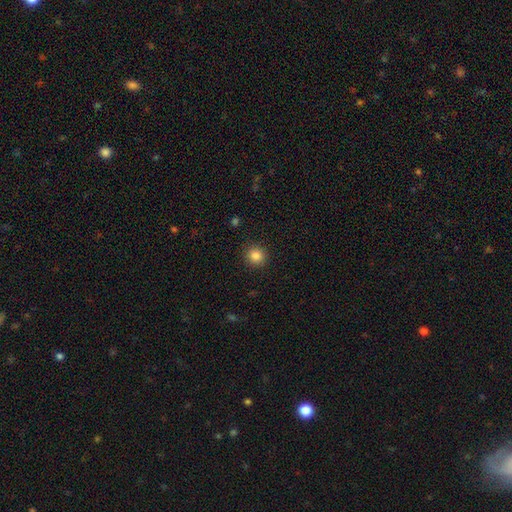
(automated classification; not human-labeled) This appears to be a smooth galaxy with no disk features (85%) that is round (93%). Merging: none (91%).